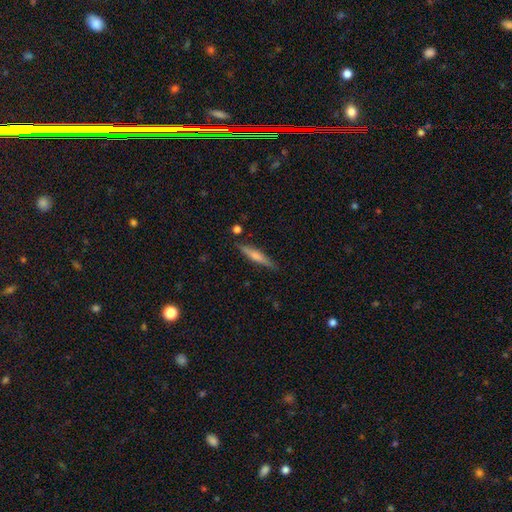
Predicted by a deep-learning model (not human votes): Smooth or featured?
  - smooth: 56% *
  - featured or disk: 38%
  - star or artifact: 6%
How rounded?
  - cigar-shaped: 89% *
  - in between: 9%
  - round: 2%
Merging?
  - none: 86% *
  - minor disturbance: 10%
  - merger: 2%
  - major disturbance: 2%